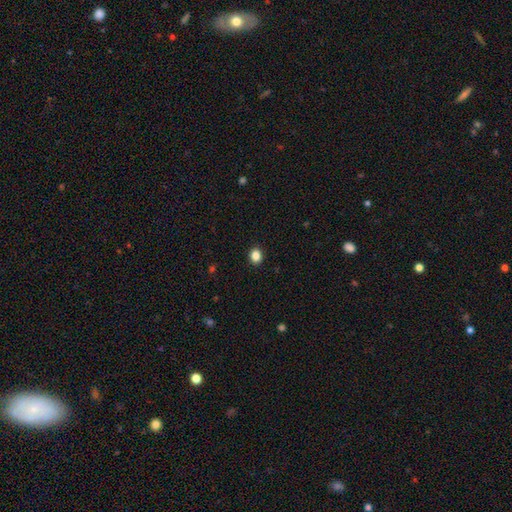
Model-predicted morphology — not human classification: type=smooth (86%); roundness=round (56%); merging=none (92%).